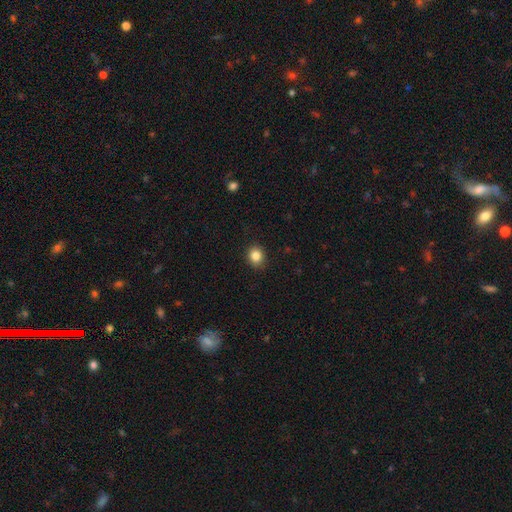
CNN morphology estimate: A smooth galaxy with no disk features (85%) that is round (72%).

Vote fractions:
- Smooth or featured? smooth: 85% / star or artifact: 10% / featured or disk: 5%
- How rounded? round: 72% / in between: 27% / cigar-shaped: 1%
- Merging? none: 90% / minor disturbance: 7% / major disturbance: 2% / merger: 1%